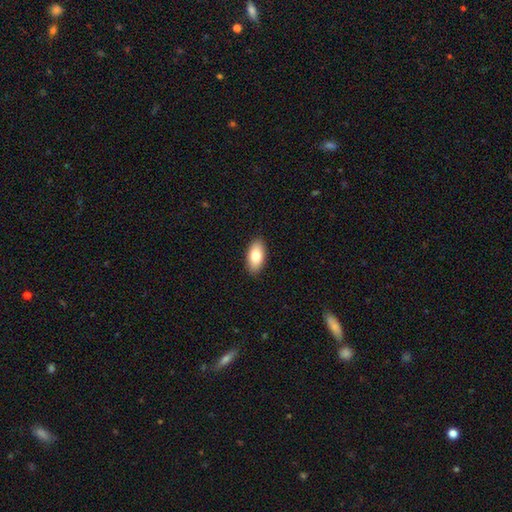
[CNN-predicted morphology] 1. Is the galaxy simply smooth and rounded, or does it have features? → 81% smooth, 12% featured or disk, 6% star or artifact.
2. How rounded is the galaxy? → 92% in between, 5% cigar-shaped, 3% round.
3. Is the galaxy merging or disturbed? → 90% none, 7% minor disturbance, 2% major disturbance, 1% merger.